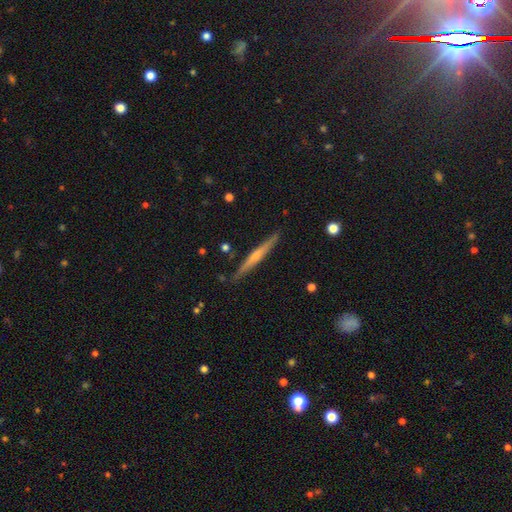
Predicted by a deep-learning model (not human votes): Smooth or featured: featured or disk — 60% (smooth — 34%)
Edge-on disk: yes — 97% (no — 3%)
Edge-on bulge: rounded — 48% (none — 43%)
Merging: none — 89% (minor disturbance — 8%)